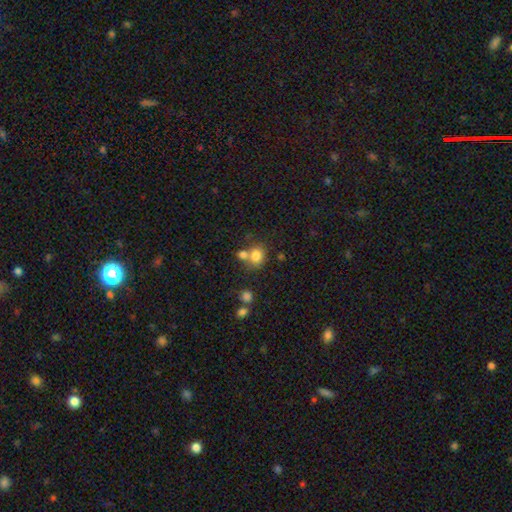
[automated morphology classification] type=smooth (79%); roundness=round (61%); merging=none (49%).